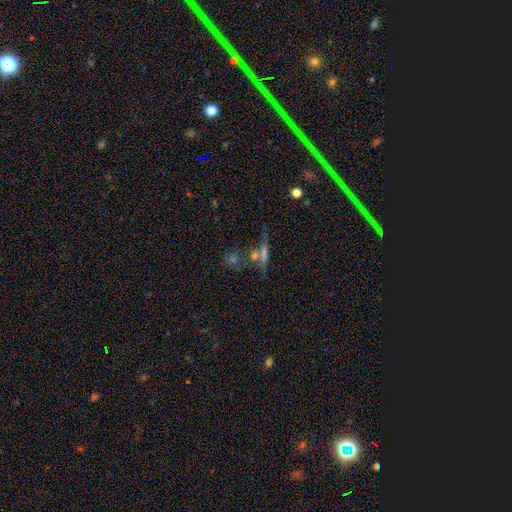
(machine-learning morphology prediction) type=star or artifact (47%).